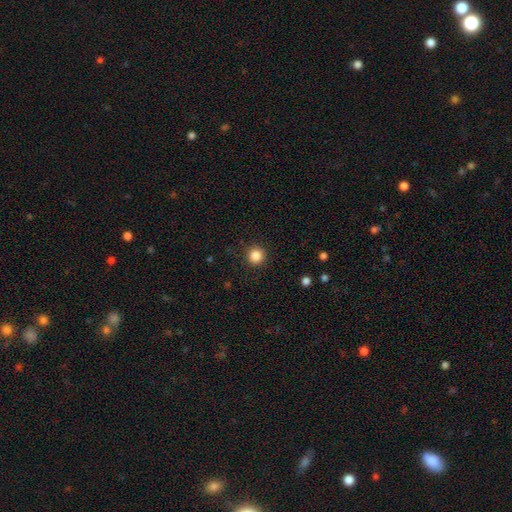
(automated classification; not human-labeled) smooth-or-featured: smooth: 86% | star or artifact: 11% | featured or disk: 4%
  how-rounded: round: 95% | in between: 4% | cigar-shaped: 1%
  merging: none: 92% | minor disturbance: 5% | major disturbance: 2% | merger: 1%